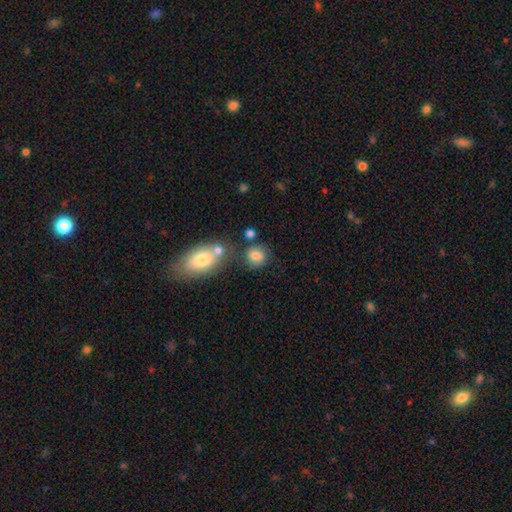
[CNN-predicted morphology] smooth 81%, star or artifact 11%, featured or disk 8%. Down the decision tree: how rounded — round (71%); merging — none (67%).